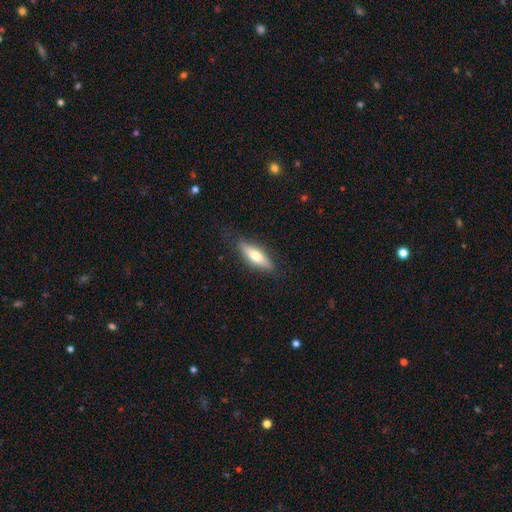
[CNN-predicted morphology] Smooth or featured: smooth — 59% (featured or disk — 35%)
How rounded: cigar-shaped — 53% (in between — 45%)
Merging: none — 83% (minor disturbance — 13%)